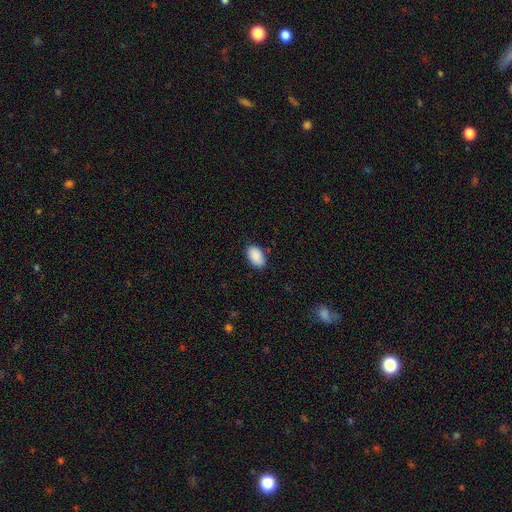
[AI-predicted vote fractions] smooth-or-featured: smooth: 90% | star or artifact: 6% | featured or disk: 3%
  how-rounded: in between: 94% | round: 5% | cigar-shaped: 1%
  merging: none: 85% | minor disturbance: 12% | major disturbance: 2% | merger: 1%